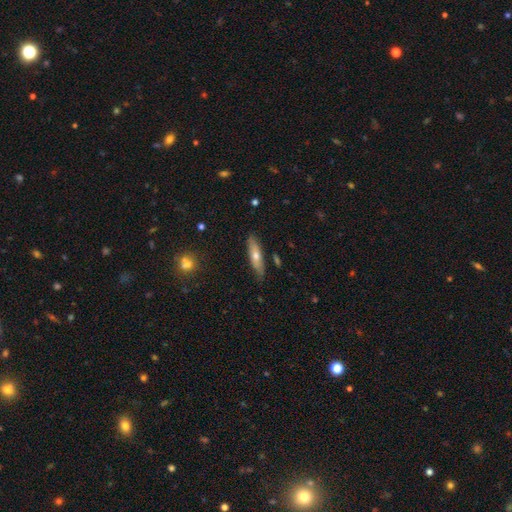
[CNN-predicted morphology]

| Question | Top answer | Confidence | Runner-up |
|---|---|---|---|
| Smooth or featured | smooth | 53% | featured or disk (41%) |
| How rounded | cigar-shaped | 67% | in between (31%) |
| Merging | none | 82% | minor disturbance (14%) |